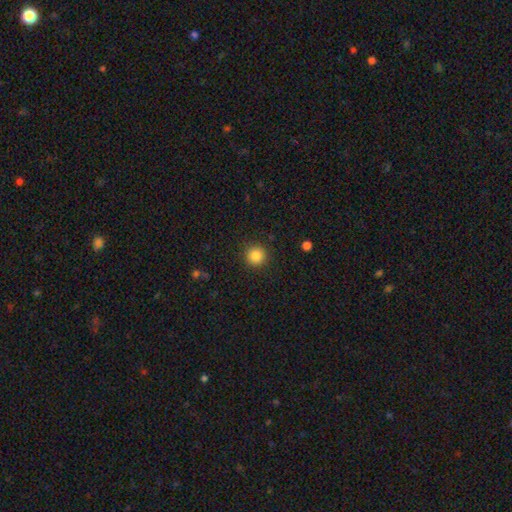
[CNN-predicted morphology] type=smooth (86%); roundness=round (95%); merging=none (91%).